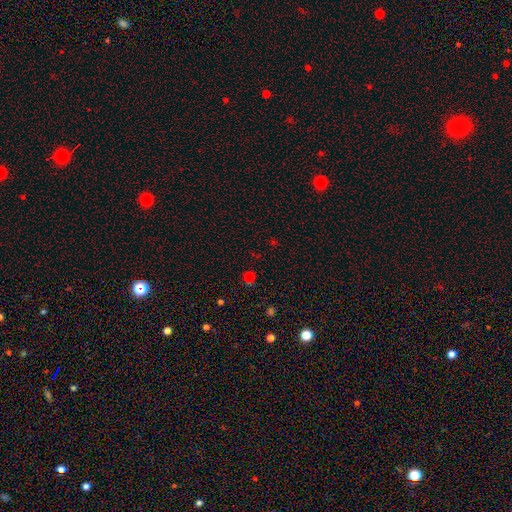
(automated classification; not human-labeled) Smooth or featured? Predicted: smooth (p=0.58). How rounded? Predicted: round (p=0.87). Merging? Predicted: none (p=0.81).